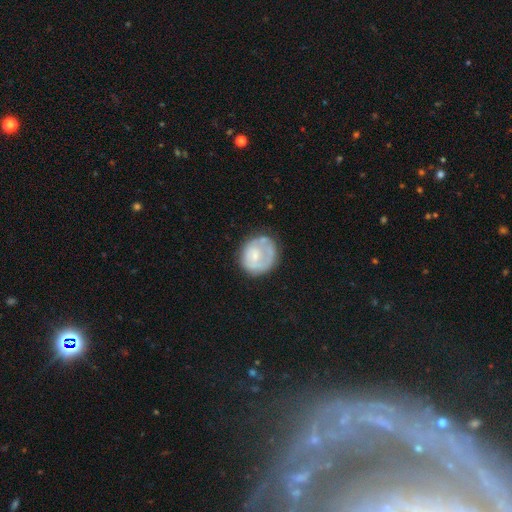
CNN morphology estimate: smooth-or-featured: smooth: 49% | featured or disk: 45% | star or artifact: 6%
  merging: none: 56% | minor disturbance: 25% | major disturbance: 15% | merger: 4%